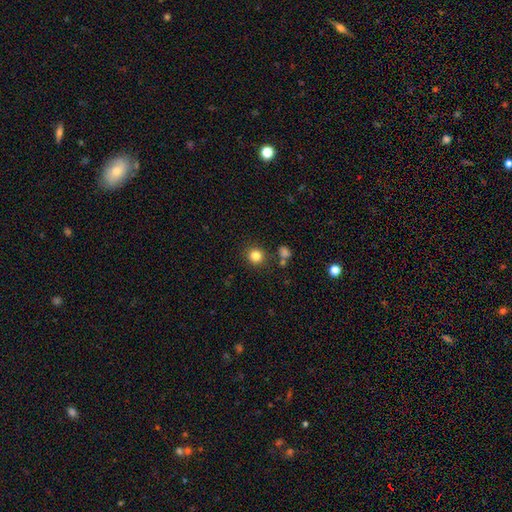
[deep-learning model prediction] smooth 82%, star or artifact 13%, featured or disk 5%. Down the decision tree: how rounded — round (91%); merging — none (86%).